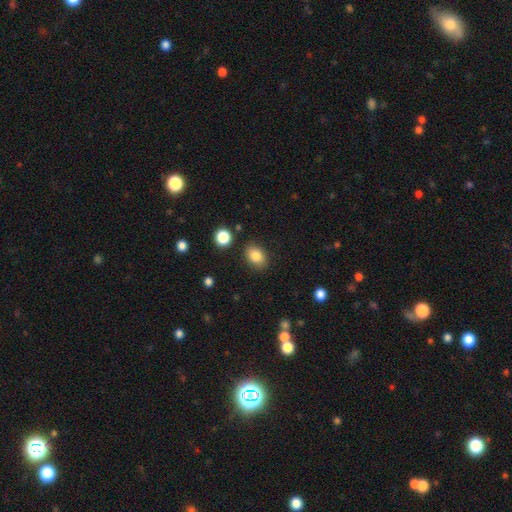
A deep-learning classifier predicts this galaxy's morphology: Smooth or featured? Predicted: smooth (p=0.84). How rounded? Predicted: in between (p=0.72). Merging? Predicted: none (p=0.85).